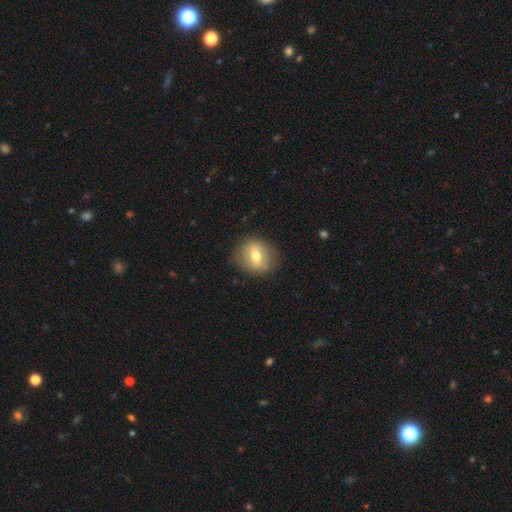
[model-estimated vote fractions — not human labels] This appears to be a smooth galaxy with no disk features (57%) that is round (69%). Merging: none (84%).